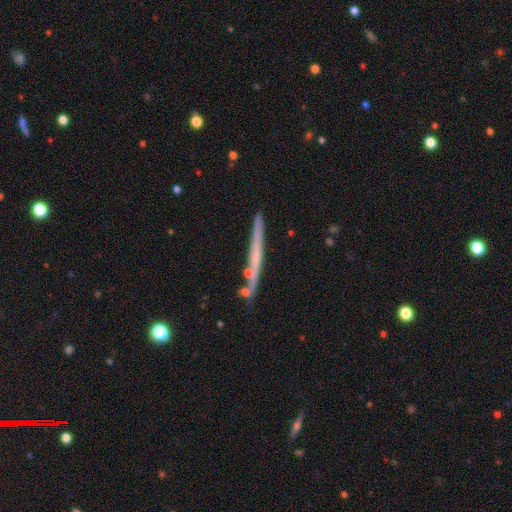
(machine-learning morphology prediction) Overall: featured or disk (56%; smooth 37%). Edge-on disk: yes (95%). Edge-on bulge: none (79%). Merging: none (81%).